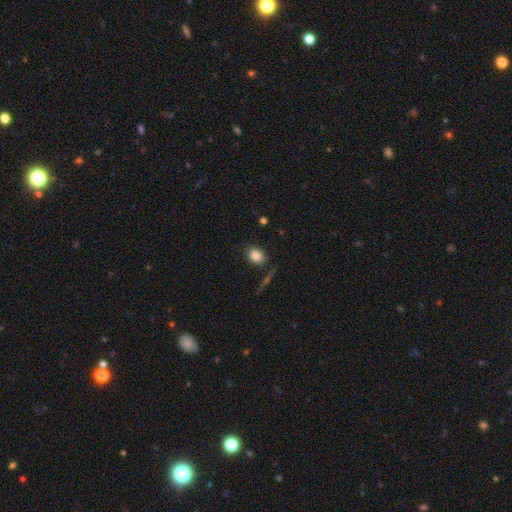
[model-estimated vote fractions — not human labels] Smooth or featured? smooth (84%)
How rounded? in between (67%)
Merging? none (80%)